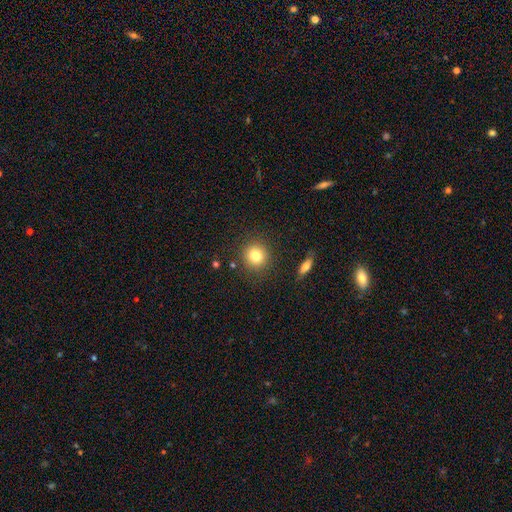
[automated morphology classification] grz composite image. It shows a smooth galaxy with no disk features (81%) that is round (89%). Merging: none (87%).